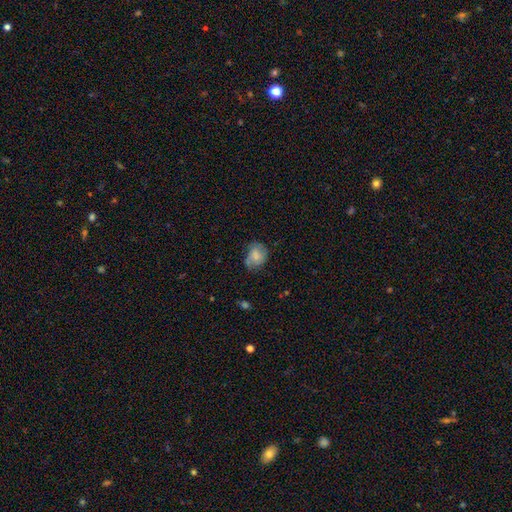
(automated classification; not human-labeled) This is possibly a smooth galaxy (57%). How rounded: possibly in between (53%). Merging: possibly none (56%).